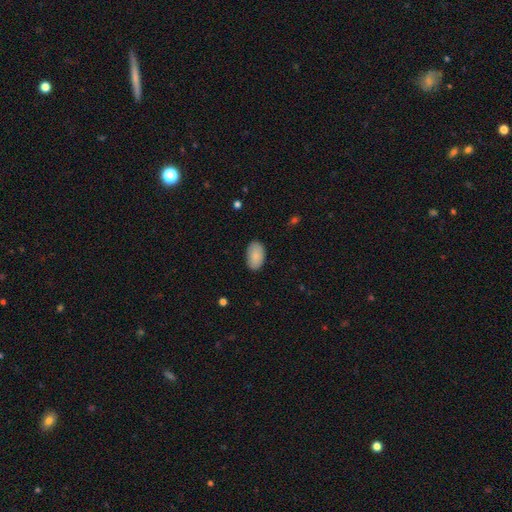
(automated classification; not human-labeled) This appears to be a smooth galaxy with no disk features (87%) that is in between round and cigar-shaped (94%). Merging: none (86%).